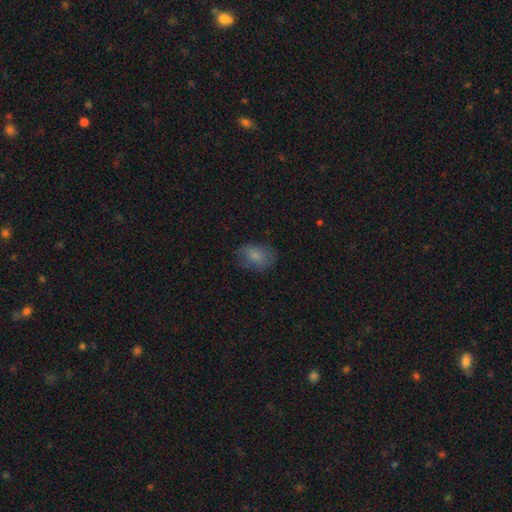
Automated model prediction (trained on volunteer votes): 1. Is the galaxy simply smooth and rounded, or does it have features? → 76% smooth, 15% featured or disk, 9% star or artifact.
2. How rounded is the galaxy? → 77% in between, 22% round, 1% cigar-shaped.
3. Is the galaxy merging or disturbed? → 68% none, 22% minor disturbance, 9% major disturbance, 1% merger.